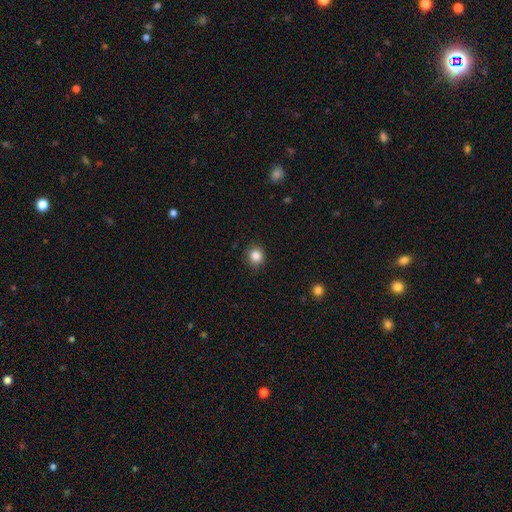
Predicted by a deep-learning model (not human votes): The model was most divided on "how rounded": round: 85%, in between: 14%, cigar-shaped: 1%. More confident: merging — none (88%); smooth or featured — smooth (86%).